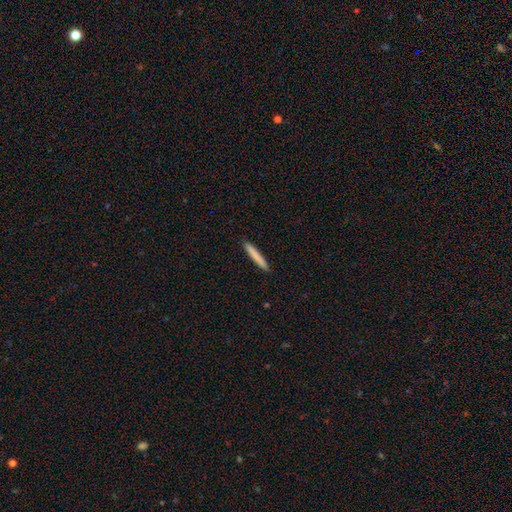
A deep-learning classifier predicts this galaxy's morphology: The model was most divided on "smooth or featured": smooth: 81%, featured or disk: 13%, star or artifact: 6%. More confident: how rounded — cigar-shaped (96%); merging — none (93%).